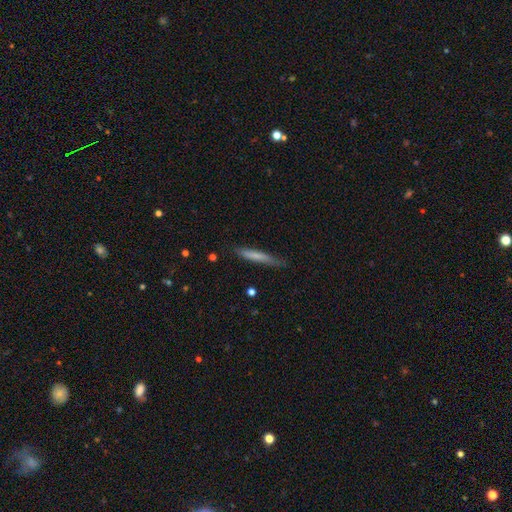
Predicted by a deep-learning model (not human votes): Morphology: type=smooth (70%); roundness=cigar-shaped (94%); merging=none (78%).